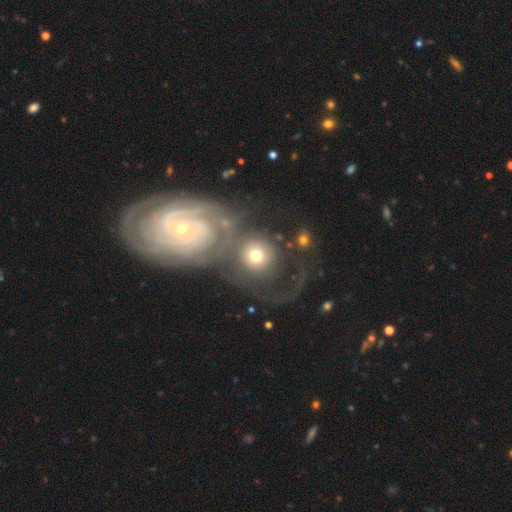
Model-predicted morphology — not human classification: A smooth galaxy with no disk features (49%).

Vote fractions:
- Smooth or featured? smooth: 49% / featured or disk: 42% / star or artifact: 9%
- Merging? merger: 37% / none: 36% / major disturbance: 16% / minor disturbance: 11%